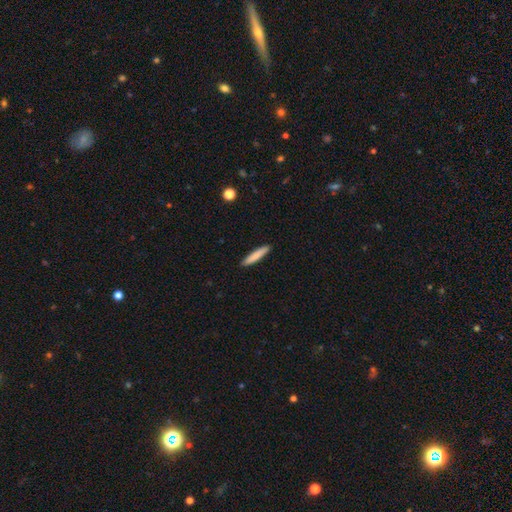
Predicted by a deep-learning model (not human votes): A smooth galaxy with no disk features (80%) that is cigar-shaped (91%).

Vote fractions:
- Smooth or featured? smooth: 80% / featured or disk: 14% / star or artifact: 6%
- How rounded? cigar-shaped: 91% / in between: 8% / round: 1%
- Merging? none: 91% / minor disturbance: 7% / major disturbance: 1% / merger: 1%